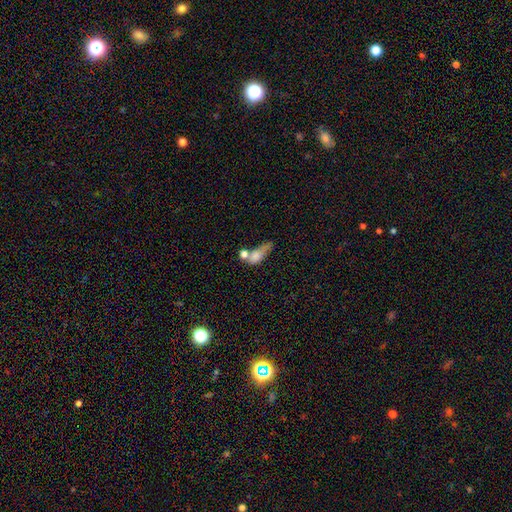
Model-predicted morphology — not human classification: A smooth galaxy with no disk features (65%) that is in between round and cigar-shaped (58%).

Vote fractions:
- Smooth or featured? smooth: 65% / featured or disk: 24% / star or artifact: 11%
- How rounded? in between: 58% / cigar-shaped: 24% / round: 18%
- Merging? merger: 44% / major disturbance: 22% / none: 19% / minor disturbance: 14%